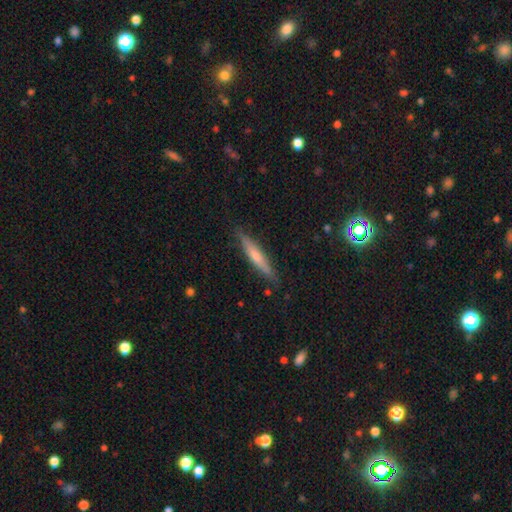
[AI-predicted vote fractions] Smooth or featured: featured or disk — 47% (smooth — 46%)
Merging: none — 87% (minor disturbance — 10%)